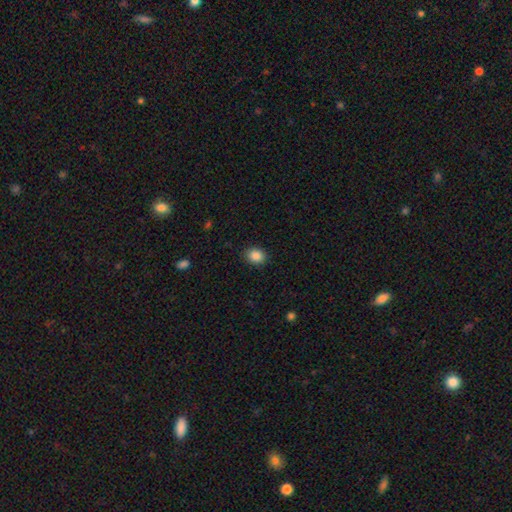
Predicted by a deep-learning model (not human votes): smooth 88%, star or artifact 9%, featured or disk 3%. Down the decision tree: how rounded — round (53%); merging — none (88%).